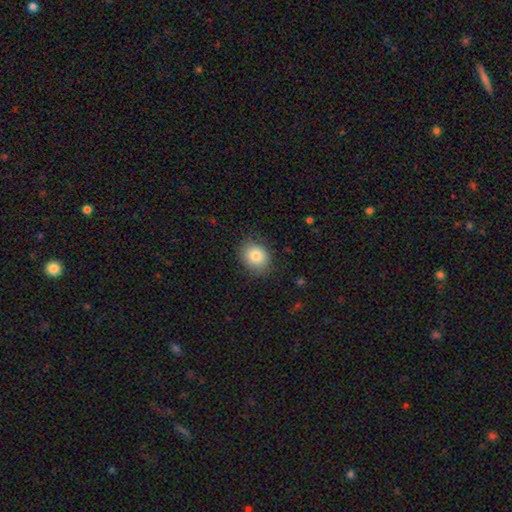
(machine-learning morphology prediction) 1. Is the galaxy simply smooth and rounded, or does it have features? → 83% smooth, 9% star or artifact, 8% featured or disk.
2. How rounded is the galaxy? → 55% round, 45% in between, 1% cigar-shaped.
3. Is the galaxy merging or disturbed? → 83% none, 12% minor disturbance, 3% major disturbance, 1% merger.